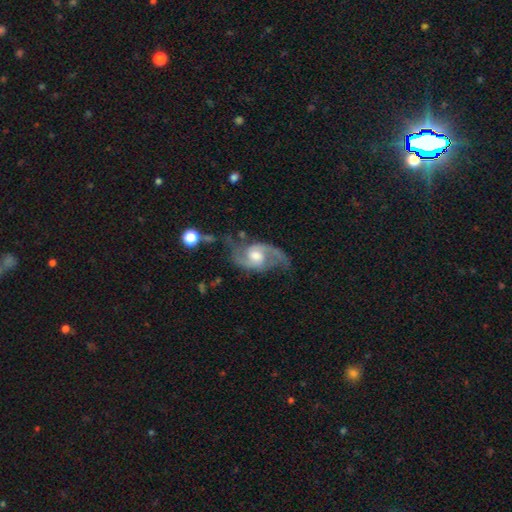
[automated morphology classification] Smooth or featured?
  - featured or disk: 89% *
  - smooth: 6%
  - star or artifact: 5%
Edge-on disk?
  - no: 97% *
  - yes: 3%
Bar?
  - no: 49% *
  - weak: 42%
  - strong: 8%
Spiral arms?
  - yes: 97% *
  - no: 3%
Spiral winding?
  - medium: 47% *
  - loose: 42%
  - tight: 11%
Spiral arm count?
  - 2: 92% *
  - can't tell: 3%
  - 1: 1%
  - 3: 1%
  - 4: 1%
  - more than 4: 1%
Bulge size?
  - moderate: 58% *
  - large: 25%
  - small: 11%
  - none: 4%
  - dominant: 2%
Merging?
  - none: 64% *
  - minor disturbance: 20%
  - major disturbance: 12%
  - merger: 4%